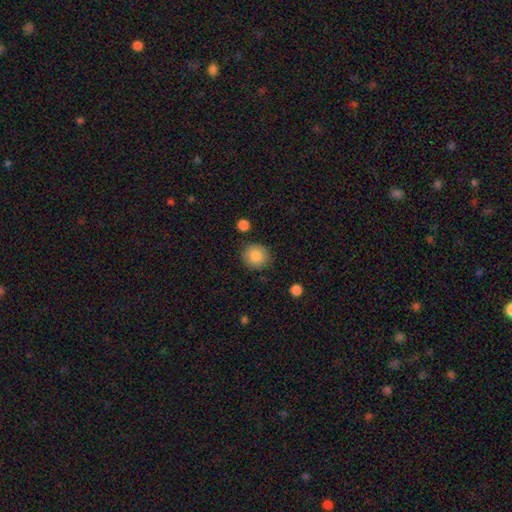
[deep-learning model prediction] smooth 87%, star or artifact 8%, featured or disk 5%. Down the decision tree: how rounded — round (86%); merging — none (85%).